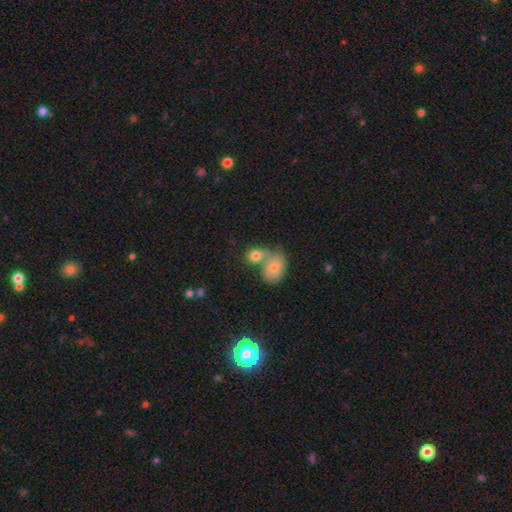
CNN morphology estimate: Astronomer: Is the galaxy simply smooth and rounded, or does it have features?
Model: smooth — 78%.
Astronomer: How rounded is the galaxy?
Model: round — 56% (runner-up: in between, 42%).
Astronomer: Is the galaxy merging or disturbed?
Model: merger — 61%.